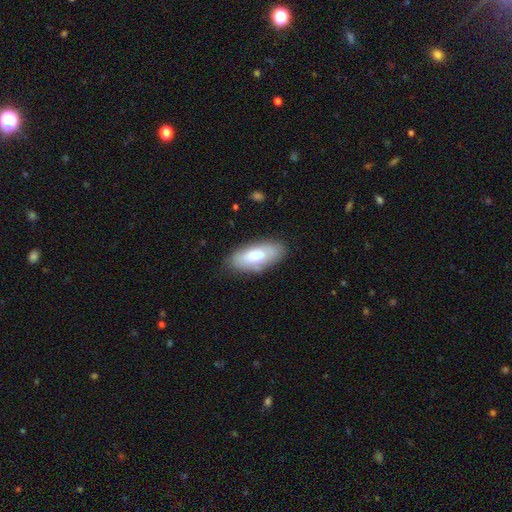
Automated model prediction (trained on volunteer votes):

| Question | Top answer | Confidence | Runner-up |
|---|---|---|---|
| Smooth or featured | smooth | 72% | featured or disk (22%) |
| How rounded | in between | 89% | cigar-shaped (9%) |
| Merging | none | 77% | minor disturbance (17%) |